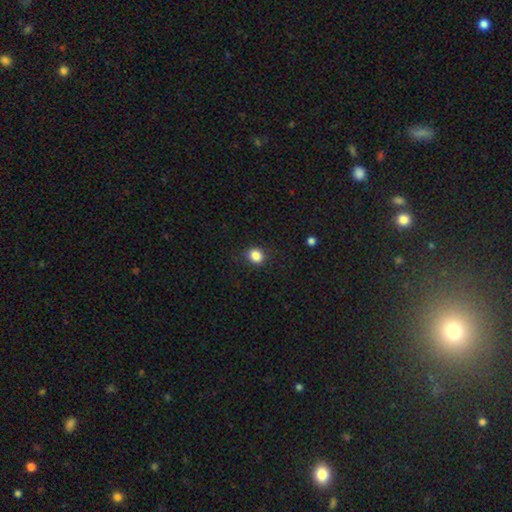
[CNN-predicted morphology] A smooth galaxy with no disk features (85%) that is round (68%). Merging: none (85%).